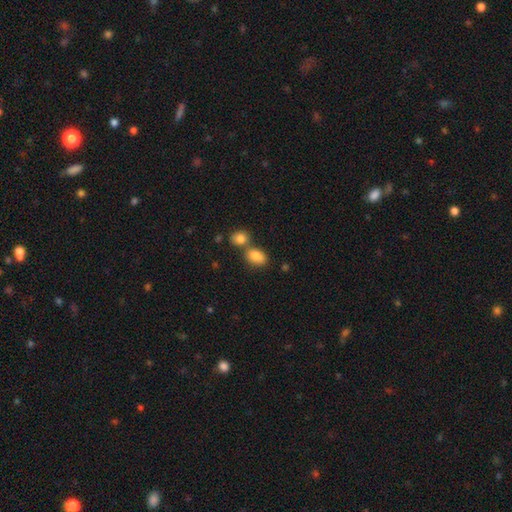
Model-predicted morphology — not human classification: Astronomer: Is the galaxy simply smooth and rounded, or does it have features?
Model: smooth — 84%.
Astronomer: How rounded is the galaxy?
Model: in between — 78%.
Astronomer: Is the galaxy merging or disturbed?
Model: none — 52% (runner-up: merger, 35%).